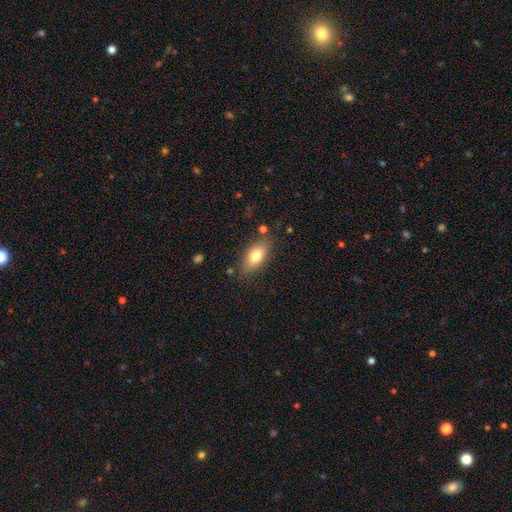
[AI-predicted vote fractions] Q: Smooth or featured?
A: smooth (76%); runner-up: featured or disk (17%)
Q: How rounded?
A: in between (85%); runner-up: cigar-shaped (9%)
Q: Merging?
A: none (79%); runner-up: minor disturbance (14%)